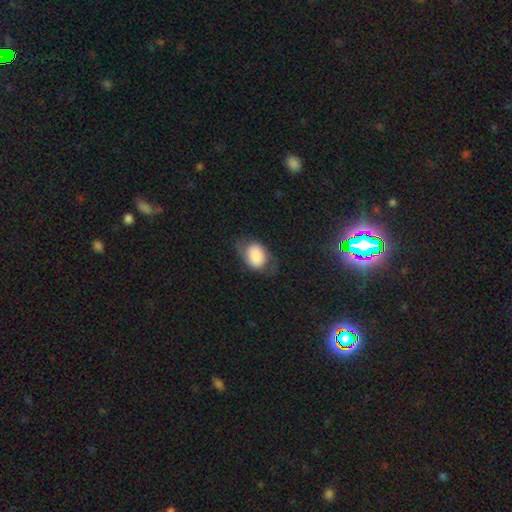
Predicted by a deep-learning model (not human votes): This is likely a smooth galaxy (74%). How rounded: likely in between (76%). Merging: possibly none (58%).